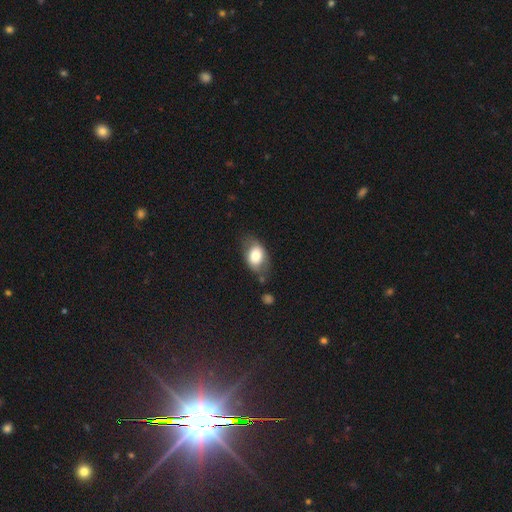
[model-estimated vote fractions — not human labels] This is likely a smooth galaxy (72%). How rounded: clearly in between (83%). Merging: likely none (60%).